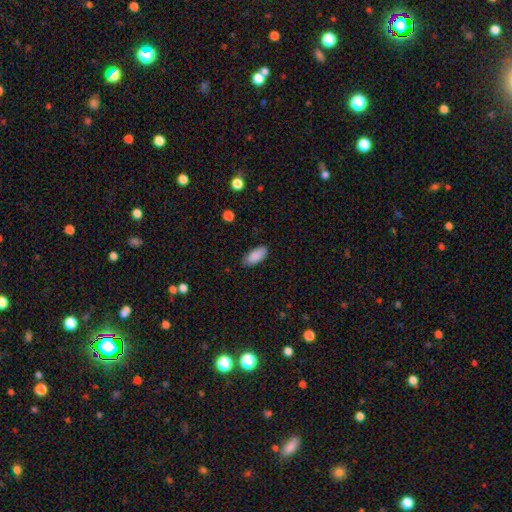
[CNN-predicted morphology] A smooth galaxy with no disk features (89%) that is in between round and cigar-shaped (89%).

Vote fractions:
- Smooth or featured? smooth: 89% / star or artifact: 7% / featured or disk: 4%
- How rounded? in between: 89% / cigar-shaped: 9% / round: 2%
- Merging? none: 85% / minor disturbance: 11% / major disturbance: 2% / merger: 1%